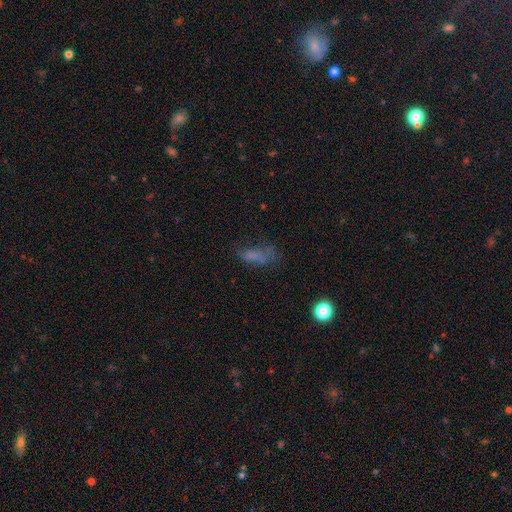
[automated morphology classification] The model was most divided on "merging": none: 37%, major disturbance: 33%, minor disturbance: 23%, merger: 7%. More confident: how rounded — in between (76%); smooth or featured — smooth (57%).